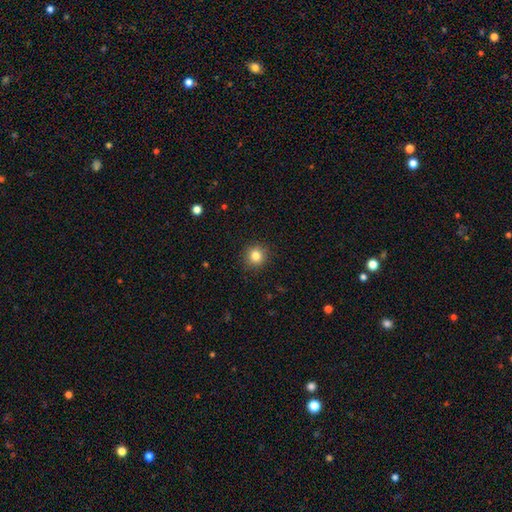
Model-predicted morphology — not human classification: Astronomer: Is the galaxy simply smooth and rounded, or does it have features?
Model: smooth — 83%.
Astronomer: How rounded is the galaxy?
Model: round — 91%.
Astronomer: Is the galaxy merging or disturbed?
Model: none — 91%.